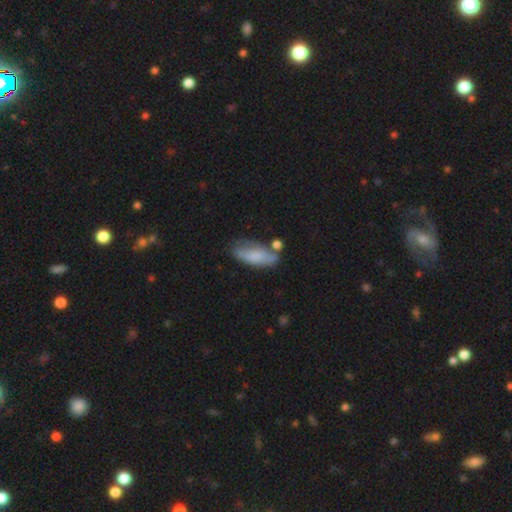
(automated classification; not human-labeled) Morphology: type=smooth (67%); roundness=in between (78%); merging=none (44%).